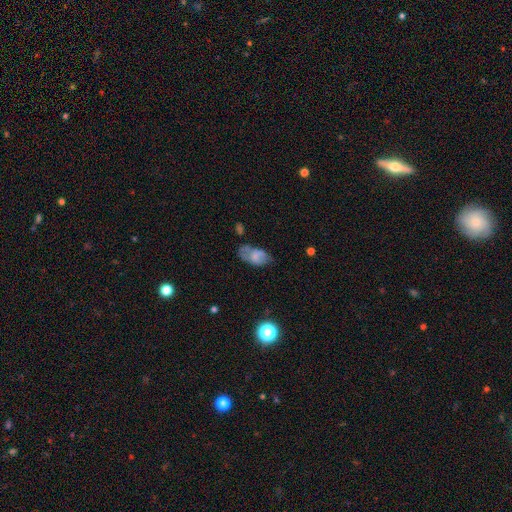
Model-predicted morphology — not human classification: smooth-or-featured: smooth: 58% | featured or disk: 31% | star or artifact: 10%
  how-rounded: in between: 91% | round: 6% | cigar-shaped: 3%
  merging: none: 43% | minor disturbance: 30% | major disturbance: 19% | merger: 8%